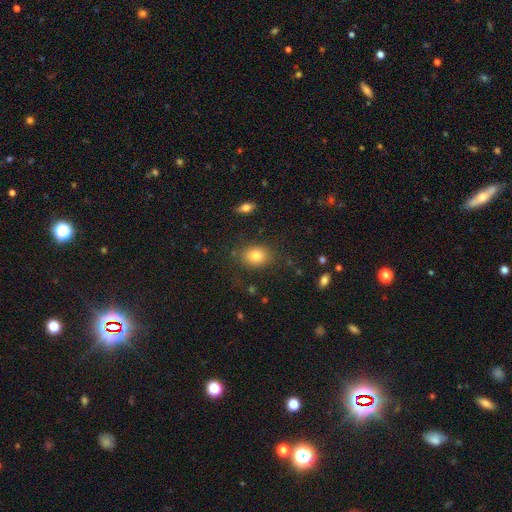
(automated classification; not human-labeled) smooth_or_featured: smooth (p=0.81) [alt: star or artifact p=0.10]
how_rounded: in between (p=0.59) [alt: round p=0.40]
merging: none (p=0.80) [alt: minor disturbance p=0.13]